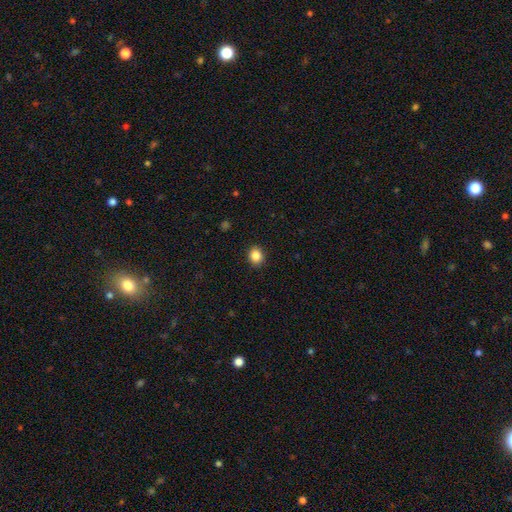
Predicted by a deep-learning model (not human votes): Smooth or featured? Predicted: smooth (p=0.86). How rounded? Predicted: round (p=0.73). Merging? Predicted: none (p=0.91).